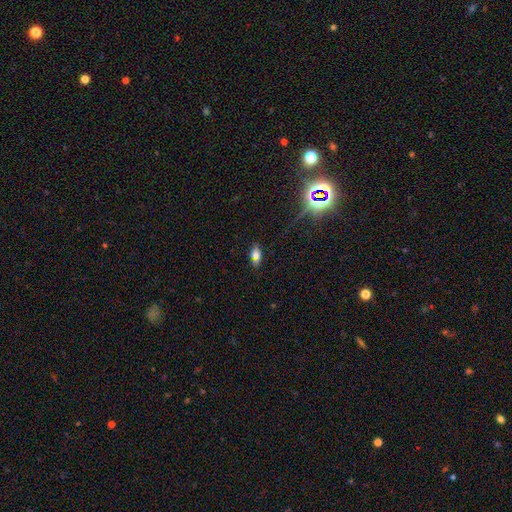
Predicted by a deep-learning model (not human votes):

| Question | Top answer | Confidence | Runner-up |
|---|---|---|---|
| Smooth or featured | smooth | 63% | star or artifact (19%) |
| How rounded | in between | 86% | cigar-shaped (8%) |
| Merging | none | 74% | minor disturbance (15%) |